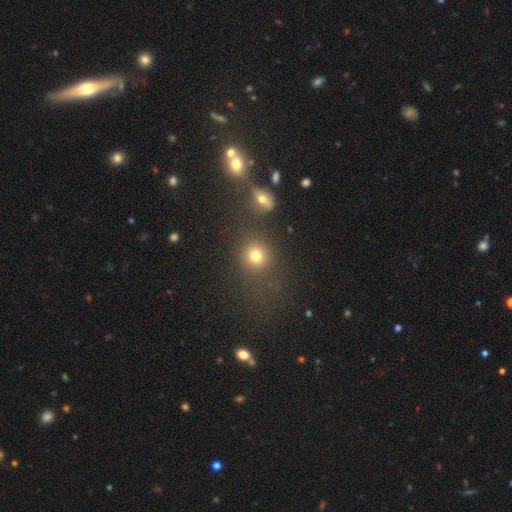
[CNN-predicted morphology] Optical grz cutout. It shows a smooth galaxy with no disk features (76%) that is round (81%). Merging: none (66%).